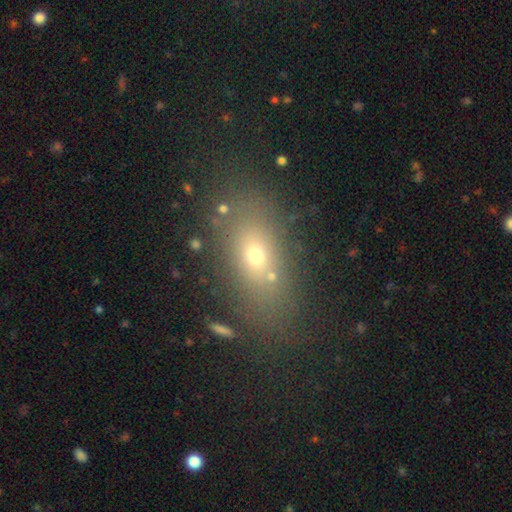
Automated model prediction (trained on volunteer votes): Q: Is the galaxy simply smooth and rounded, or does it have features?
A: smooth — 61%.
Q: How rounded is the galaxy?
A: in between — 72%.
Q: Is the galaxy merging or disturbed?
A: none — 73%.